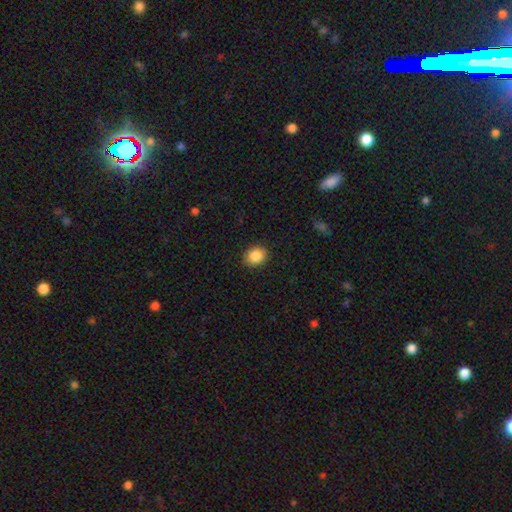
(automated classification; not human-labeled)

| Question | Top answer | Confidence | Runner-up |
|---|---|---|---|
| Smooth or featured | smooth | 88% | star or artifact (9%) |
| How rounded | round | 61% | in between (38%) |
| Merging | none | 89% | minor disturbance (7%) |